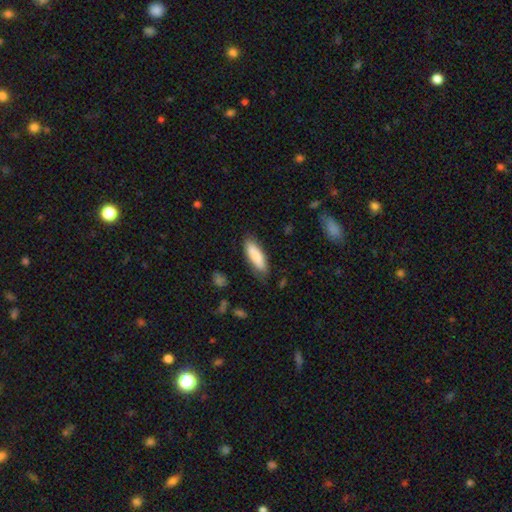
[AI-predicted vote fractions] Smooth or featured? Predicted: smooth (p=0.85). How rounded? Predicted: in between (p=0.52). Merging? Predicted: none (p=0.77).